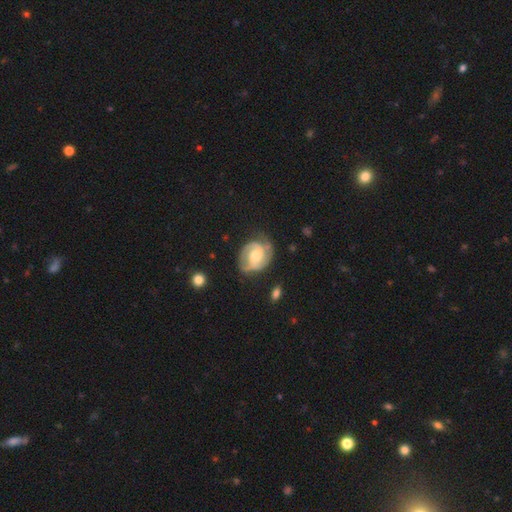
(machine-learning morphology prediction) smooth-or-featured: featured or disk: 81% | smooth: 14% | star or artifact: 5%
  disk-edge-on: no: 98% | yes: 2%
    bar: no: 61% | weak: 32% | strong: 7%
    has-spiral-arms: yes: 94% | no: 6%
      spiral-winding: tight: 49% | medium: 40% | loose: 11%
      spiral-arm-count: 2: 76% | can't tell: 10% | 1: 6% | 3: 5% | 4: 1% | more than 4: 1%
    bulge-size: moderate: 63% | small: 25% | large: 9% | none: 2% | dominant: 1%
  merging: none: 64% | minor disturbance: 24% | major disturbance: 10% | merger: 2%